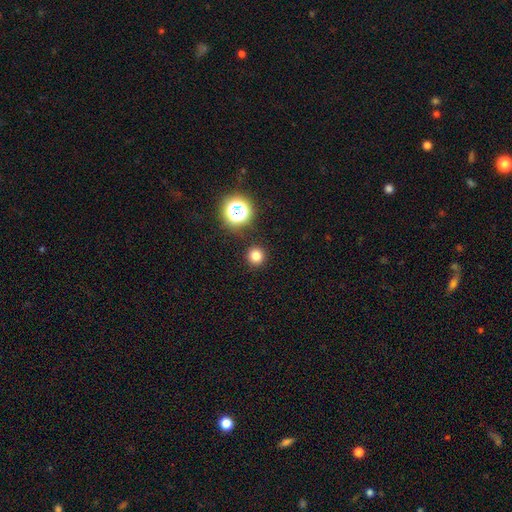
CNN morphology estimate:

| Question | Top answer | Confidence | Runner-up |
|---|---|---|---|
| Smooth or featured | smooth | 78% | star or artifact (17%) |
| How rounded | round | 95% | in between (4%) |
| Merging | none | 91% | minor disturbance (5%) |